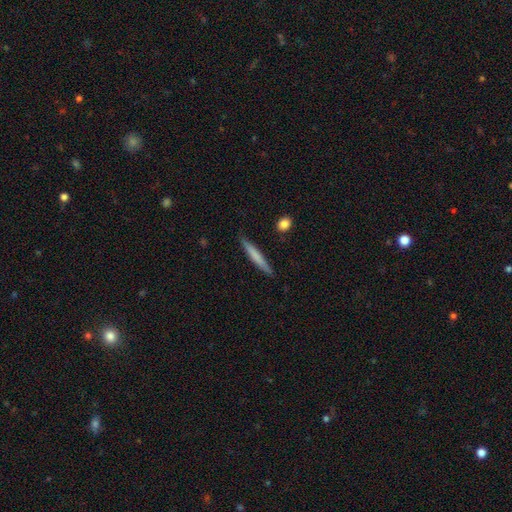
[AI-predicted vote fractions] smooth 68%, featured or disk 27%, star or artifact 5%. Down the decision tree: how rounded — cigar-shaped (95%); merging — none (88%).